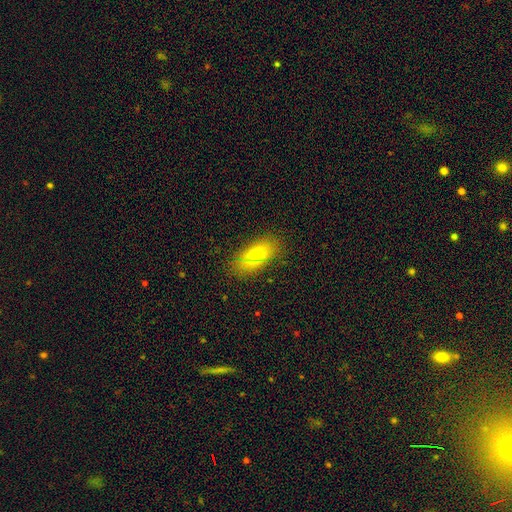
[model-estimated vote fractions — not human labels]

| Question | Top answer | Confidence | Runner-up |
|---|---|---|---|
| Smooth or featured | smooth | 72% | featured or disk (18%) |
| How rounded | in between | 78% | cigar-shaped (15%) |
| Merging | none | 83% | minor disturbance (12%) |